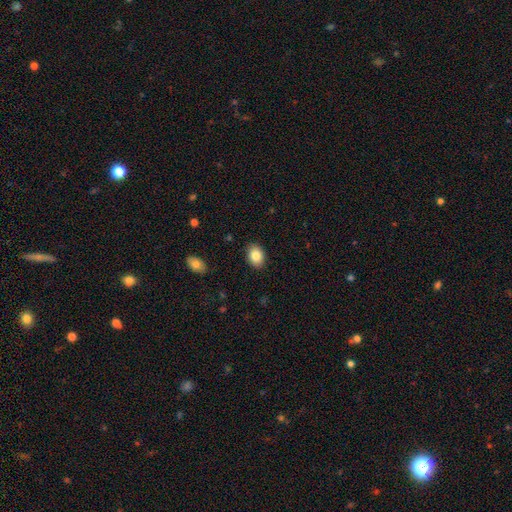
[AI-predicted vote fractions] Q: Smooth or featured?
A: smooth (84%); runner-up: star or artifact (8%)
Q: How rounded?
A: in between (75%); runner-up: round (24%)
Q: Merging?
A: none (88%); runner-up: minor disturbance (9%)